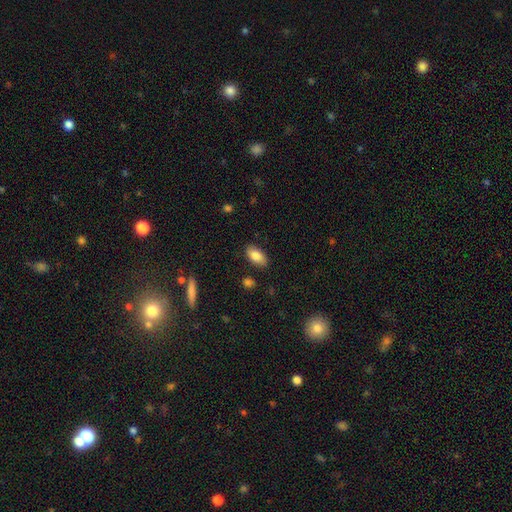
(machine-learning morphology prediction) smooth 84%, featured or disk 10%, star or artifact 7%. Down the decision tree: how rounded — in between (92%); merging — none (86%).